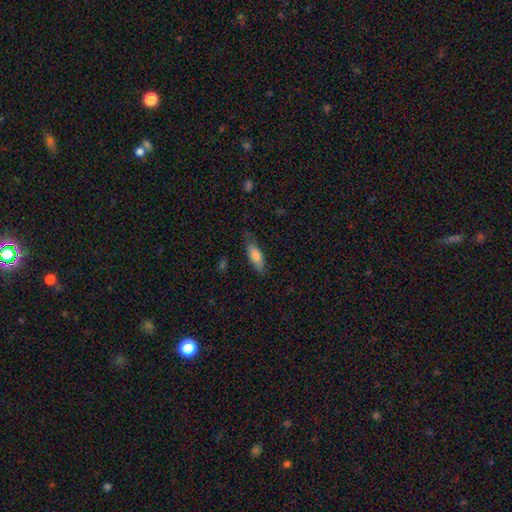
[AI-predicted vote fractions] Morphology: type=smooth (79%); roundness=in between (64%); merging=none (75%).